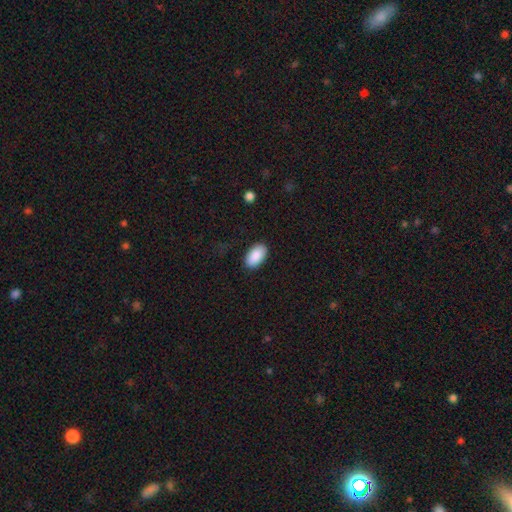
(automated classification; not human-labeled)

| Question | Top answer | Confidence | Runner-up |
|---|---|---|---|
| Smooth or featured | smooth | 89% | star or artifact (6%) |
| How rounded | in between | 95% | round (3%) |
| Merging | none | 88% | minor disturbance (9%) |